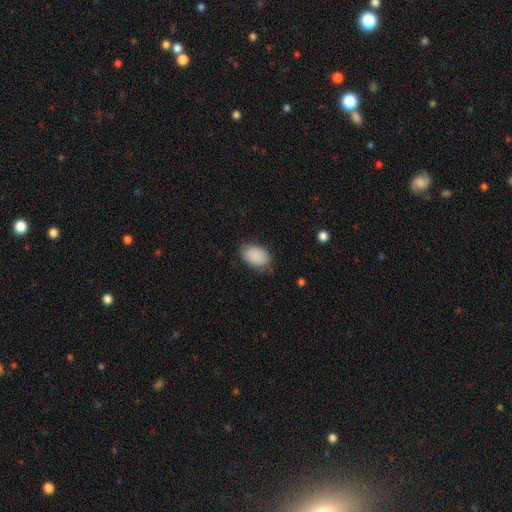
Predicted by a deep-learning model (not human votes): The model was most divided on "merging": none: 79%, minor disturbance: 16%, major disturbance: 3%, merger: 1%. More confident: smooth or featured — smooth (89%); how rounded — in between (89%).